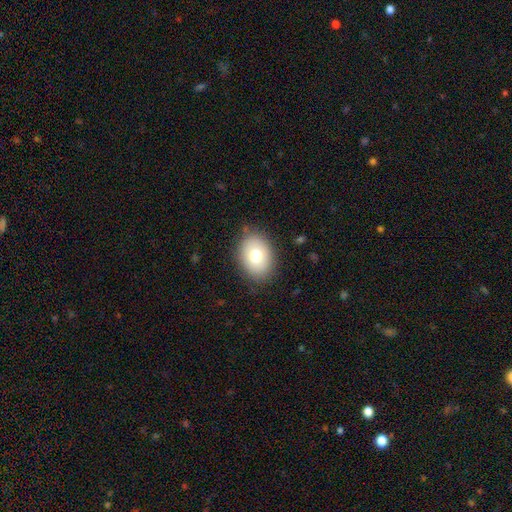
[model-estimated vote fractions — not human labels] smooth-or-featured: smooth: 72% | featured or disk: 18% | star or artifact: 9%
  how-rounded: in between: 69% | round: 30% | cigar-shaped: 1%
  merging: none: 83% | minor disturbance: 12% | major disturbance: 3% | merger: 1%